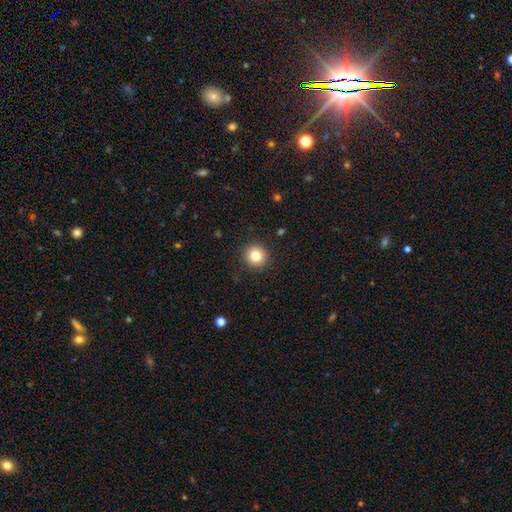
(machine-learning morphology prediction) smooth-or-featured: smooth: 82% | star or artifact: 11% | featured or disk: 7%
  how-rounded: round: 94% | in between: 5% | cigar-shaped: 1%
  merging: none: 91% | minor disturbance: 6% | major disturbance: 2% | merger: 1%